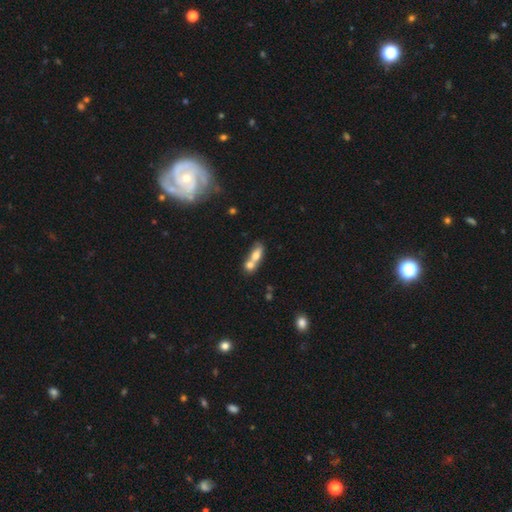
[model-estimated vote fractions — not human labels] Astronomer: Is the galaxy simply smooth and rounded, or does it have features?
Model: smooth — 68%.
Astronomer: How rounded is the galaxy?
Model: in between — 64%.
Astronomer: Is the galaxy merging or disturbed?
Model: merger — 71%.